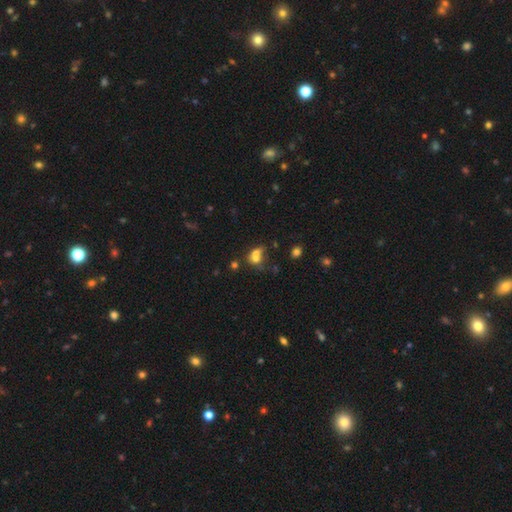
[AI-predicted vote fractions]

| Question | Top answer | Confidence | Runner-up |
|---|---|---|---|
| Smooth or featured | smooth | 64% | featured or disk (19%) |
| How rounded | round | 54% | in between (43%) |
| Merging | merger | 60% | none (24%) |